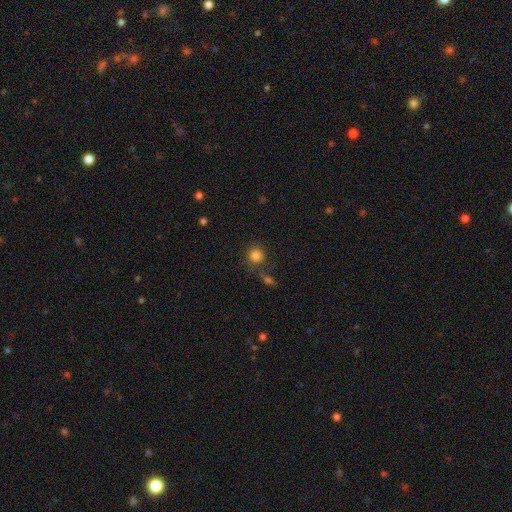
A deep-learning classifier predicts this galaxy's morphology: A smooth galaxy with no disk features (82%) that is round (90%).

Vote fractions:
- Smooth or featured? smooth: 82% / star or artifact: 12% / featured or disk: 6%
- How rounded? round: 90% / in between: 9% / cigar-shaped: 1%
- Merging? none: 72% / merger: 12% / minor disturbance: 11% / major disturbance: 5%